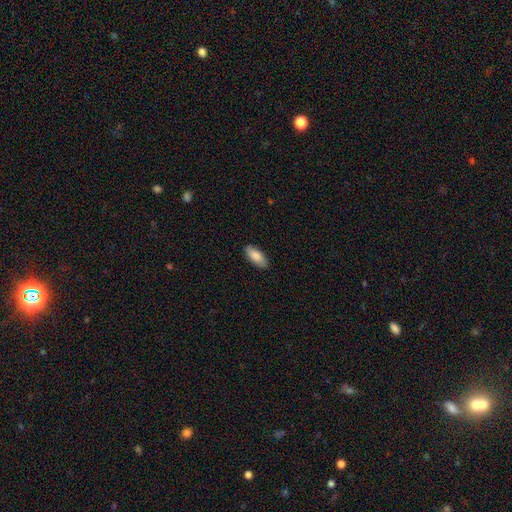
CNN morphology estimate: Smooth or featured? smooth (86%)
How rounded? in between (85%)
Merging? none (87%)